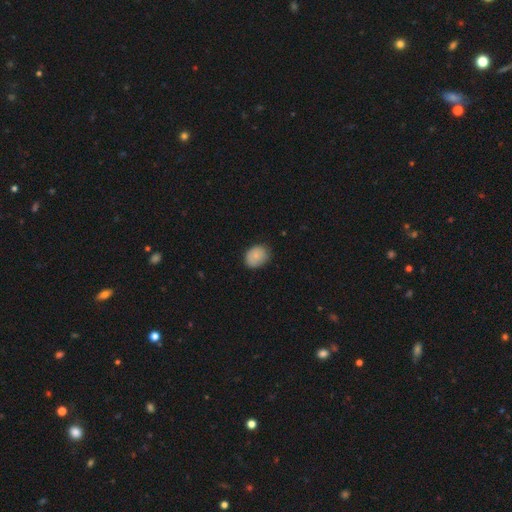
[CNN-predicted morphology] Smooth or featured? smooth (84%)
How rounded? in between (58%)
Merging? none (78%)